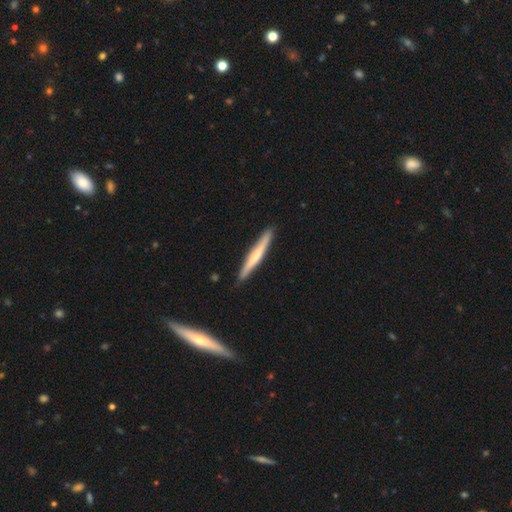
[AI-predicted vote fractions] A smooth galaxy with no disk features (49%).

Vote fractions:
- Smooth or featured? smooth: 49% / featured or disk: 46% / star or artifact: 5%
- Merging? none: 89% / minor disturbance: 8% / merger: 1% / major disturbance: 1%